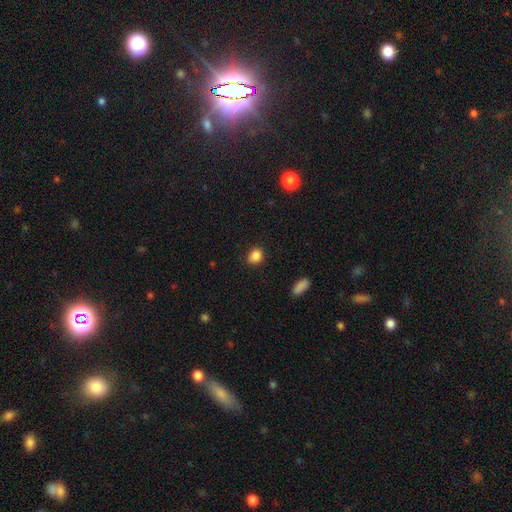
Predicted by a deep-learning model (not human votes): Smooth or featured? smooth (86%)
How rounded? round (61%)
Merging? none (81%)